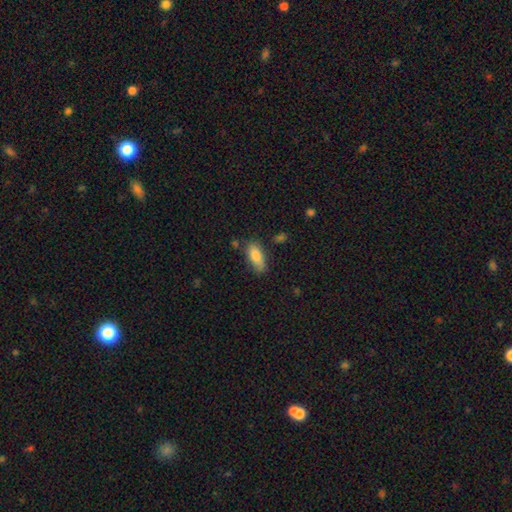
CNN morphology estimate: type=smooth (84%); roundness=in between (80%); merging=none (70%).